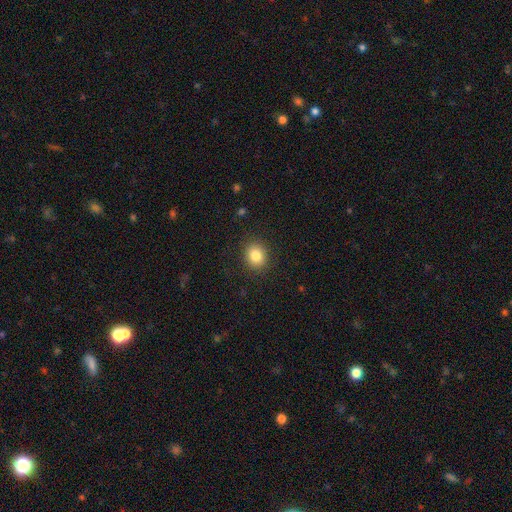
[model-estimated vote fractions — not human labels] Smooth or featured?
  - smooth: 83% *
  - star or artifact: 11%
  - featured or disk: 7%
How rounded?
  - round: 72% *
  - in between: 27%
  - cigar-shaped: 1%
Merging?
  - none: 89% *
  - minor disturbance: 8%
  - major disturbance: 3%
  - merger: 1%